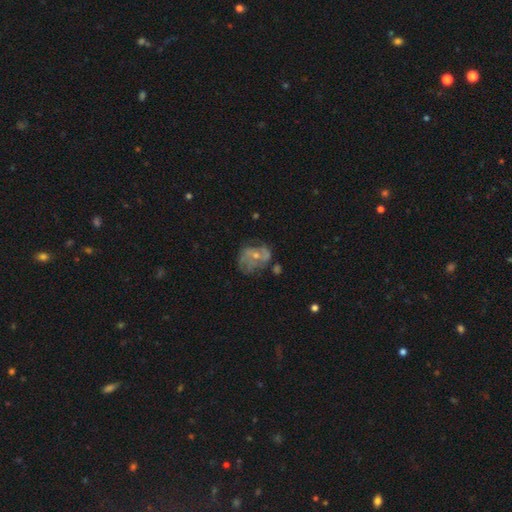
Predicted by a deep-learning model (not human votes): Smooth or featured? featured or disk (67%)
Edge-on disk? no (97%)
Bar? no (70%)
Spiral arms? yes (69%)
Bulge size? small (61%)
Merging? none (48%)